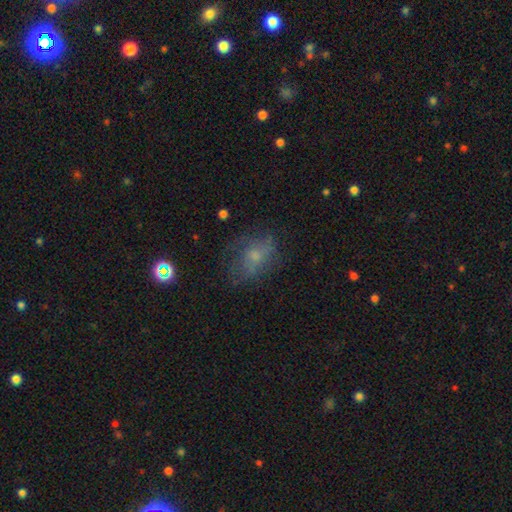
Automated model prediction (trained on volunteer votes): The model was most divided on "smooth or featured": smooth: 51%, featured or disk: 34%, star or artifact: 15%. More confident: how rounded — in between (68%); merging — none (54%).